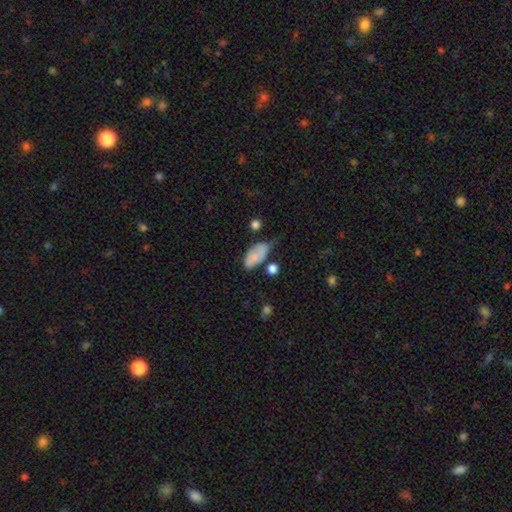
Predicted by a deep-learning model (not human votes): This appears to be a smooth galaxy with no disk features (76%) that is in between round and cigar-shaped (92%). Merging: minor disturbance (39%).